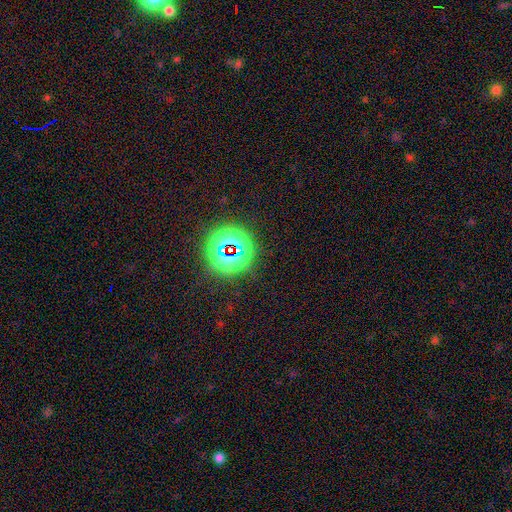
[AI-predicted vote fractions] A star or artifact, not a galaxy (80%).